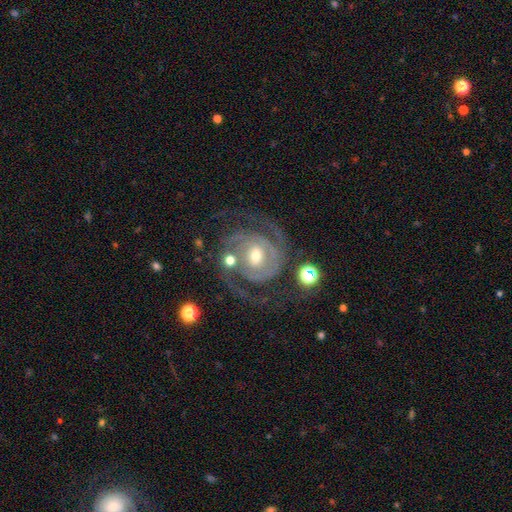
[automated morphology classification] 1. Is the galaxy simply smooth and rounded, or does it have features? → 90% featured or disk, 5% star or artifact, 5% smooth.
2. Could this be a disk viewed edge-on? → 98% no, 2% yes.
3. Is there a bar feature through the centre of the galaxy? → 54% no, 34% weak, 11% strong.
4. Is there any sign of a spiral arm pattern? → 98% yes, 2% no.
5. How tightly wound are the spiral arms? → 57% tight, 35% medium, 8% loose.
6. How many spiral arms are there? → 68% 2, 13% 3, 8% can't tell, 4% 1, 4% 4, 3% more than 4.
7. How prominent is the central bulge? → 54% moderate, 41% small, 3% large, 1% none, 1% dominant.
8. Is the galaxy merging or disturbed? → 64% none, 15% minor disturbance, 14% major disturbance, 6% merger.